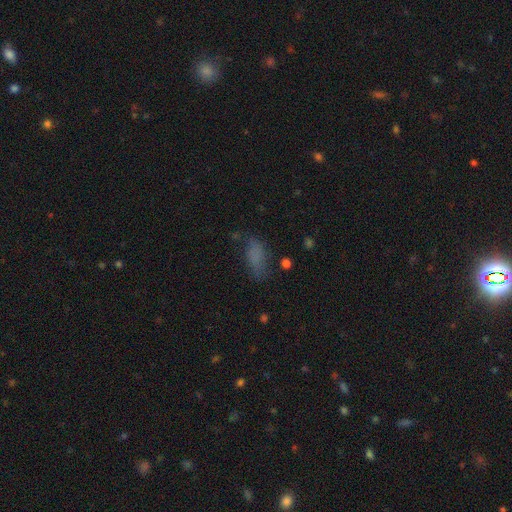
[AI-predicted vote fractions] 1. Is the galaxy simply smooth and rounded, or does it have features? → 69% smooth, 16% star or artifact, 15% featured or disk.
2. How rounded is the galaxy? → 82% in between, 12% cigar-shaped, 5% round.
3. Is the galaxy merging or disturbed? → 54% none, 25% minor disturbance, 17% major disturbance, 3% merger.